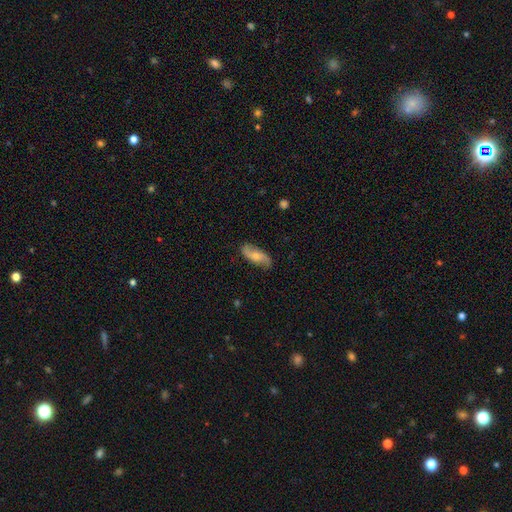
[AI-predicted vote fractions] Morphology: type=featured or disk (69%); edge-on=no (92%); bar=no (63%); spiral arms=yes (92%); winding=loose (72%); arm count=2 (92%); bulge=small (47%); merging=none (81%).